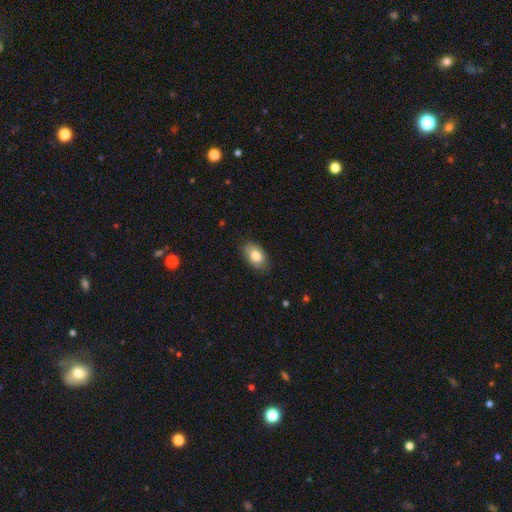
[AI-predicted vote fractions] Smooth or featured? smooth (82%)
How rounded? in between (90%)
Merging? none (85%)